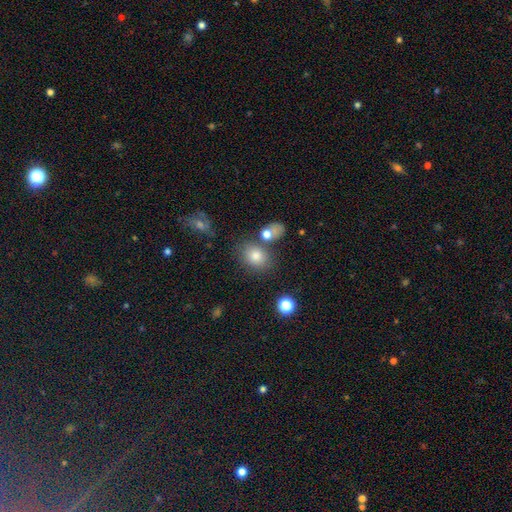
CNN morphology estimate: smooth 76%, star or artifact 14%, featured or disk 10%. Down the decision tree: how rounded — in between (56%); merging — none (68%).